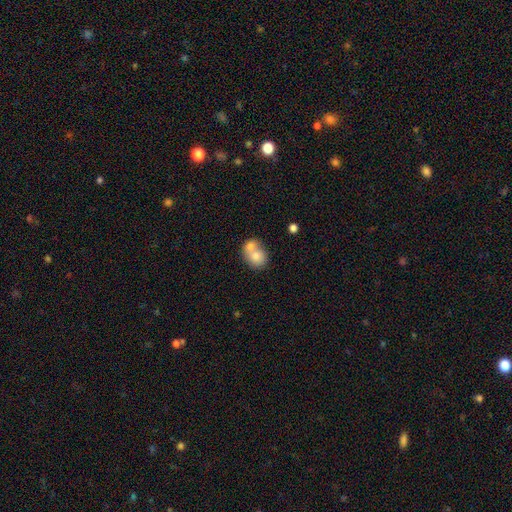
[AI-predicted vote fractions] smooth 74%, featured or disk 19%, star or artifact 8%. Down the decision tree: how rounded — round (62%); merging — merger (66%).